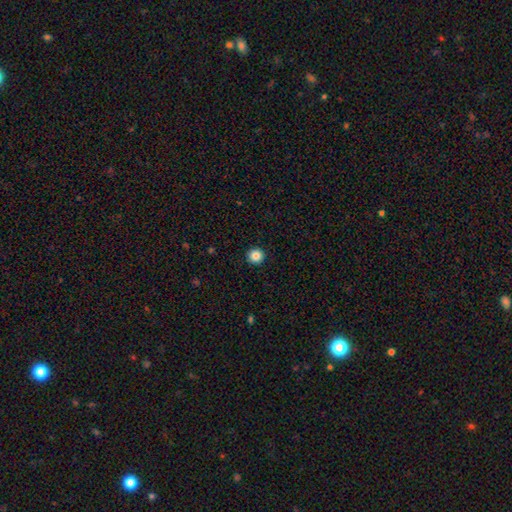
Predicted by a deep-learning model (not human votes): smooth-or-featured: smooth: 85% | star or artifact: 10% | featured or disk: 4%
  how-rounded: round: 95% | in between: 4% | cigar-shaped: 1%
  merging: none: 93% | minor disturbance: 5% | major disturbance: 2% | merger: 1%